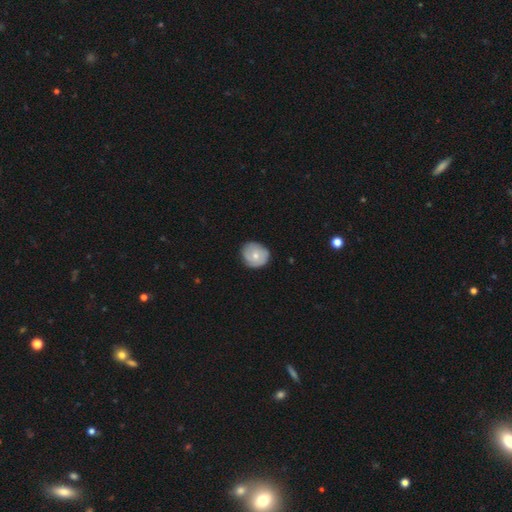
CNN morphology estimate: smooth_or_featured: smooth (p=0.58) [alt: featured or disk p=0.35]
how_rounded: round (p=0.82) [alt: in between p=0.17]
merging: none (p=0.78) [alt: minor disturbance p=0.18]